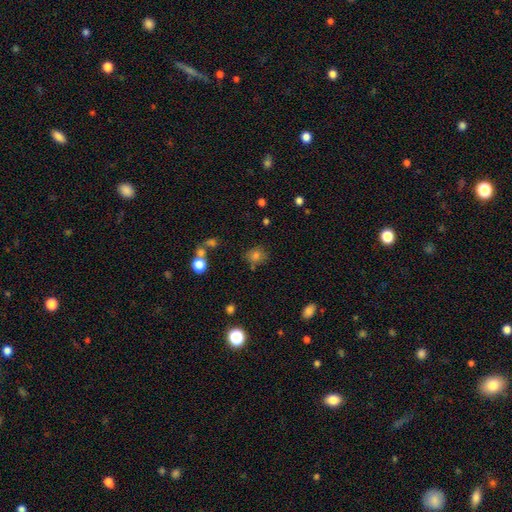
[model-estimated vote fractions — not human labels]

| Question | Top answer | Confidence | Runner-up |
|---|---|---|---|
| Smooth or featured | smooth | 76% | star or artifact (16%) |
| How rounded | round | 71% | in between (28%) |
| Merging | none | 77% | minor disturbance (13%) |